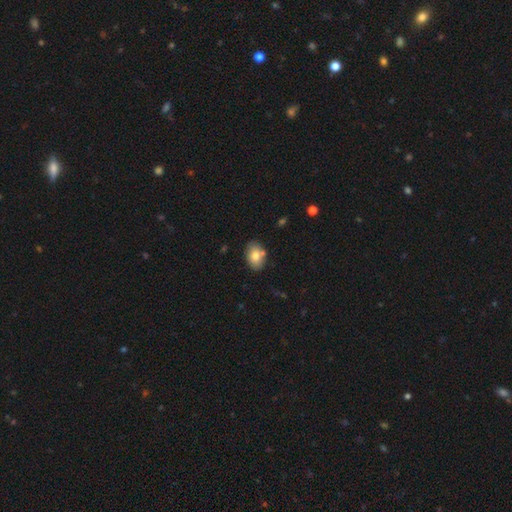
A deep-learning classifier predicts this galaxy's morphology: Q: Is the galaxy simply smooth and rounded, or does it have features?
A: smooth — 79%.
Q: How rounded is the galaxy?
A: in between — 84%.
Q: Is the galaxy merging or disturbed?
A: none — 76%.